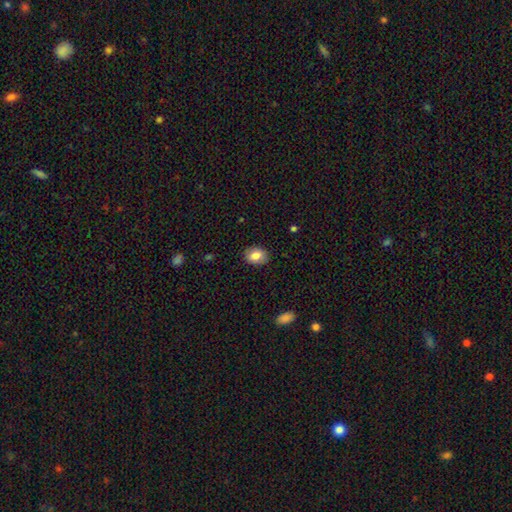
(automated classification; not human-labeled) The model was most divided on "how rounded": in between: 67%, round: 32%, cigar-shaped: 1%. More confident: merging — none (87%); smooth or featured — smooth (82%).